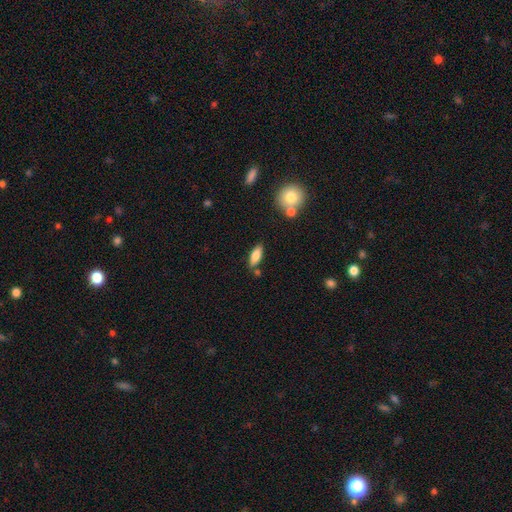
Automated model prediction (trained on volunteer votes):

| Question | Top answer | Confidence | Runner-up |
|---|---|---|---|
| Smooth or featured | smooth | 75% | featured or disk (18%) |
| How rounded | in between | 70% | cigar-shaped (28%) |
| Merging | none | 78% | minor disturbance (12%) |